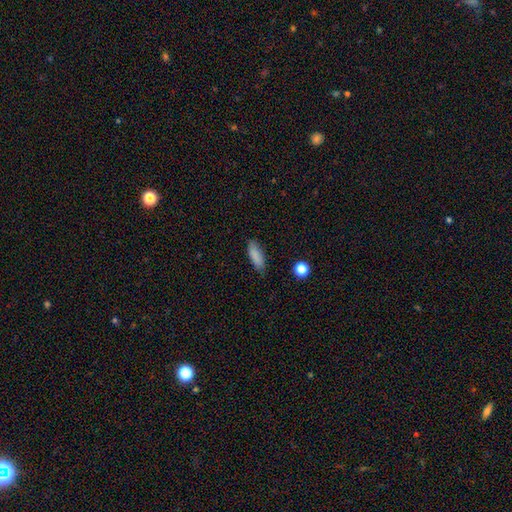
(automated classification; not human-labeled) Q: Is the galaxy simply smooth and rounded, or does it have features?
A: smooth — 86%.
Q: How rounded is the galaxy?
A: in between — 61%.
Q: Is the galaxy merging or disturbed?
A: none — 83%.